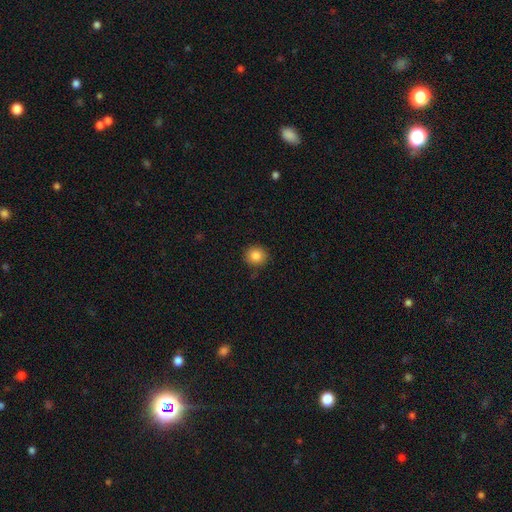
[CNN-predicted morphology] This appears to be a smooth galaxy with no disk features (84%) that is round (89%). Merging: none (88%).